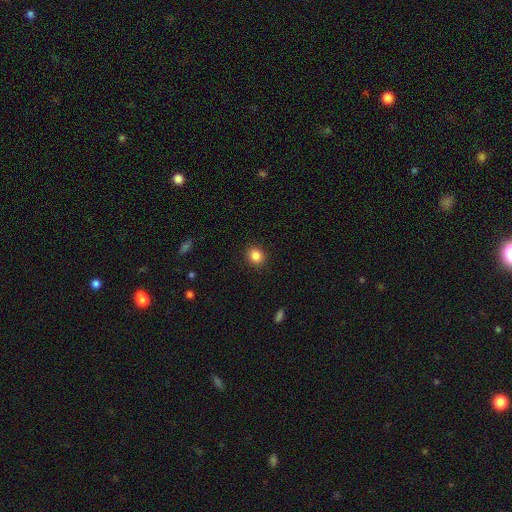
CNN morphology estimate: A smooth galaxy with no disk features (84%) that is round (78%). Merging: none (91%).